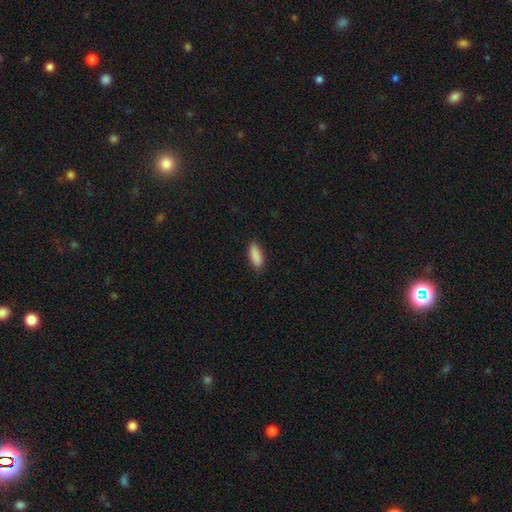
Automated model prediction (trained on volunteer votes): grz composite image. It shows a smooth galaxy with no disk features (89%) that is in between round and cigar-shaped (75%). Merging: none (82%).